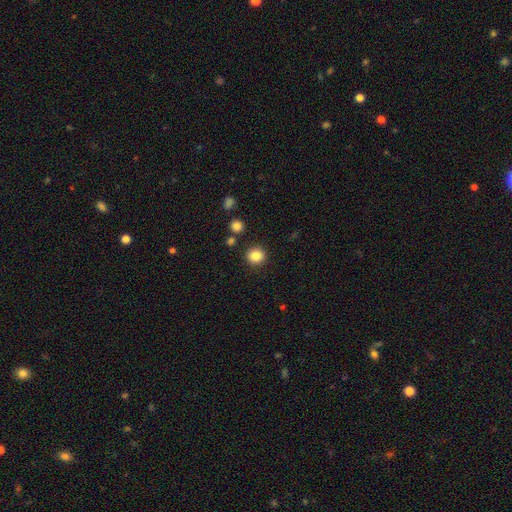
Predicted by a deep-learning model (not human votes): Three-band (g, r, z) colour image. It shows a smooth galaxy with no disk features (85%) that is round (88%). Merging: none (89%).